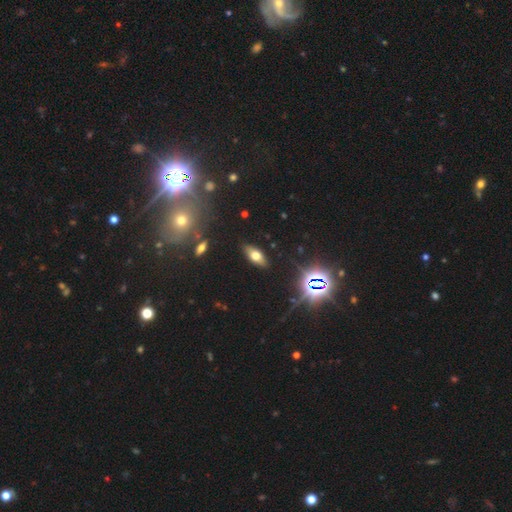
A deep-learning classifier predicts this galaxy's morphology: Q: Smooth or featured?
A: smooth (56%); runner-up: featured or disk (26%)
Q: How rounded?
A: in between (78%); runner-up: cigar-shaped (17%)
Q: Merging?
A: none (86%); runner-up: minor disturbance (10%)